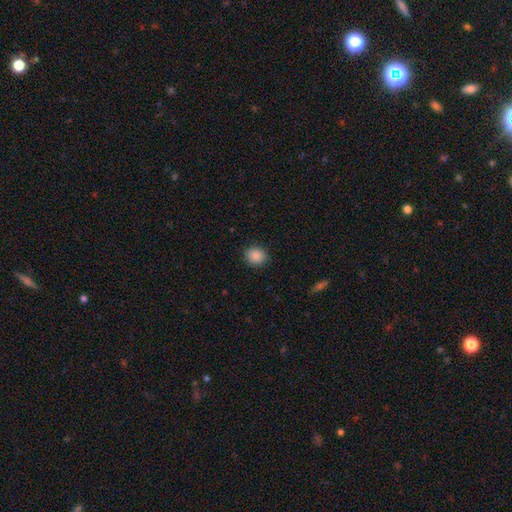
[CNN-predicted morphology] Q: Smooth or featured?
A: smooth (88%); runner-up: star or artifact (9%)
Q: How rounded?
A: round (68%); runner-up: in between (31%)
Q: Merging?
A: none (89%); runner-up: minor disturbance (8%)